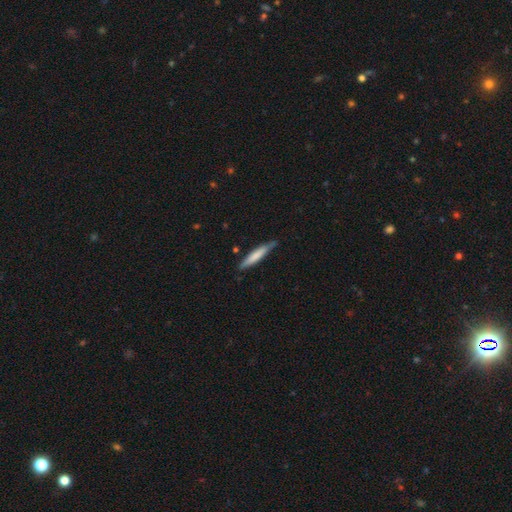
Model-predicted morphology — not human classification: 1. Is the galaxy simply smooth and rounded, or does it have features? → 68% smooth, 27% featured or disk, 5% star or artifact.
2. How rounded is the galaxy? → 92% cigar-shaped, 7% in between, 1% round.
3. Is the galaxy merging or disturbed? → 77% none, 18% minor disturbance, 3% major disturbance, 2% merger.